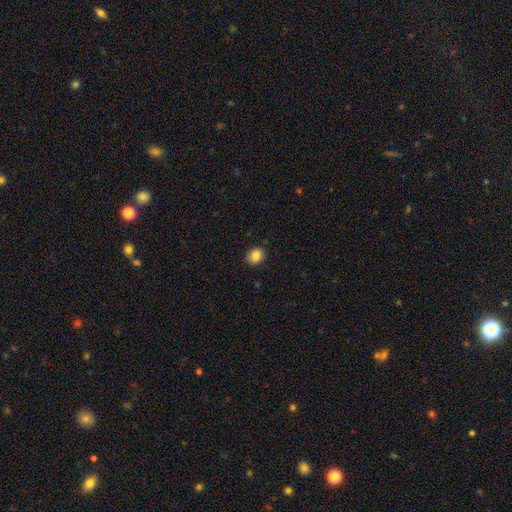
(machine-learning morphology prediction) Overall: smooth (86%). How rounded: round (59%; in between 40%). Merging: none (89%).